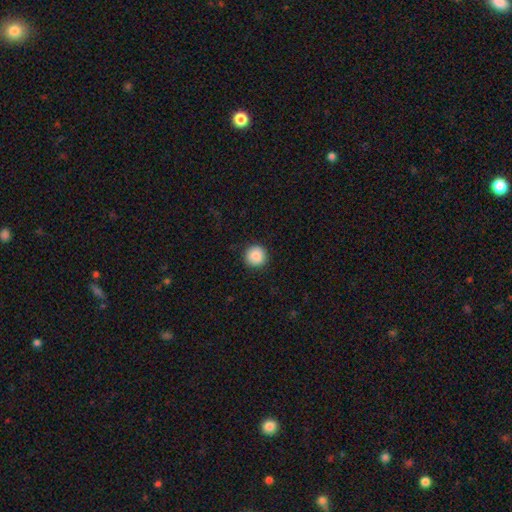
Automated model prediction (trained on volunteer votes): Morphology: type=smooth (87%); roundness=round (95%); merging=none (91%).